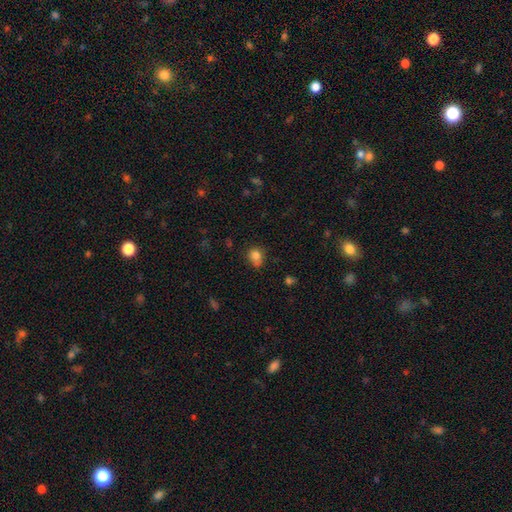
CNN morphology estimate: A smooth galaxy with no disk features (81%) that is round (63%). Merging: none (57%).